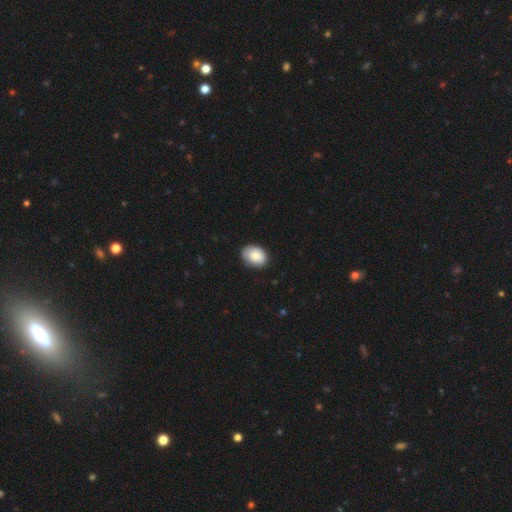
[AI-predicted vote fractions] smooth 84%, featured or disk 9%, star or artifact 7%. Down the decision tree: how rounded — in between (76%); merging — none (78%).